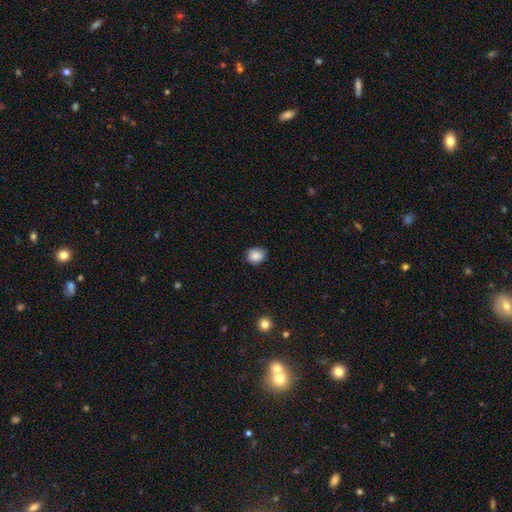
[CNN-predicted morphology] smooth-or-featured: smooth: 87% | star or artifact: 9% | featured or disk: 4%
  how-rounded: round: 64% | in between: 35% | cigar-shaped: 1%
  merging: none: 84% | minor disturbance: 13% | major disturbance: 2% | merger: 1%